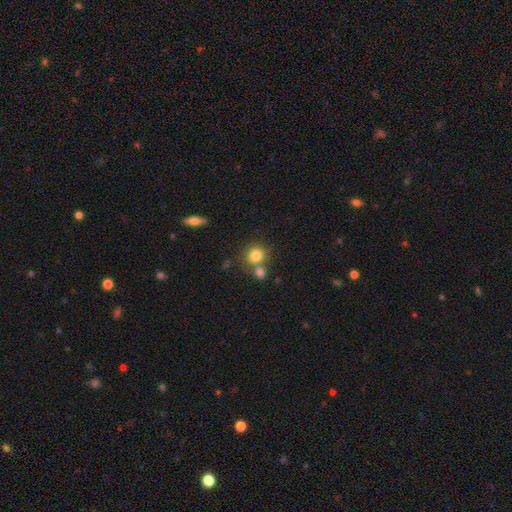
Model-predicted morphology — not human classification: Q: Smooth or featured?
A: smooth (80%); runner-up: star or artifact (11%)
Q: How rounded?
A: round (82%); runner-up: in between (17%)
Q: Merging?
A: none (58%); runner-up: merger (29%)